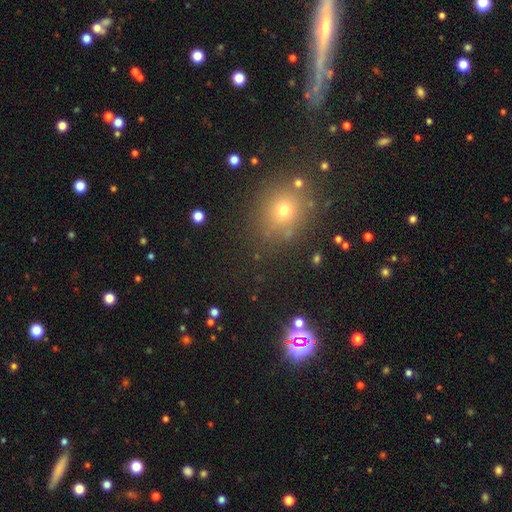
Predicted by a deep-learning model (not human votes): This appears to be a smooth galaxy with no disk features (43%). Merging: none (83%).